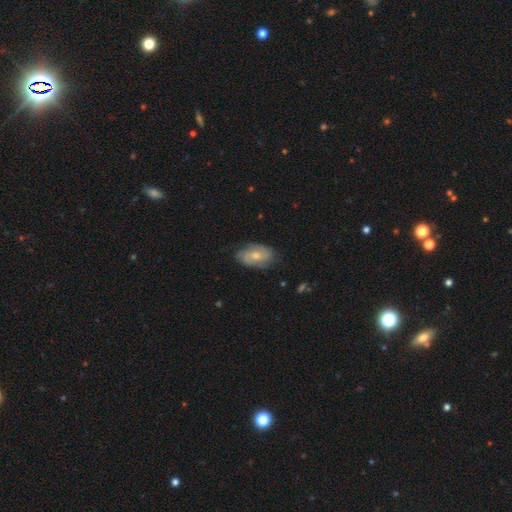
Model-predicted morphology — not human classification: The model was most divided on "bulge size": moderate: 55%, small: 40%, large: 2%, none: 2%, dominant: 1%. More confident: edge-on disk — no (95%); spiral arms — yes (82%); merging — none (73%); bar — no (58%); smooth or featured — featured or disk (57%).